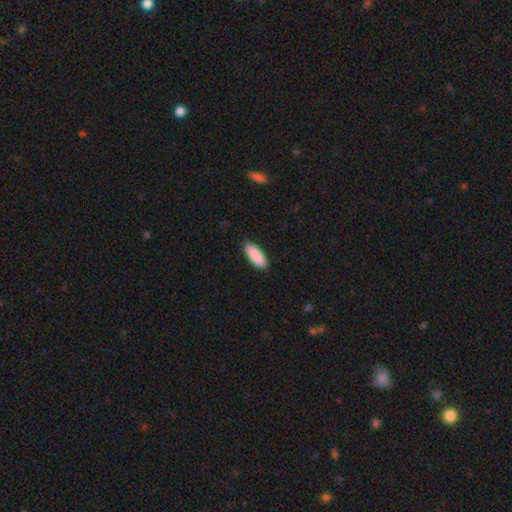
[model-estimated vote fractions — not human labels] smooth 91%, star or artifact 5%, featured or disk 4%. Down the decision tree: how rounded — in between (72%); merging — none (90%).